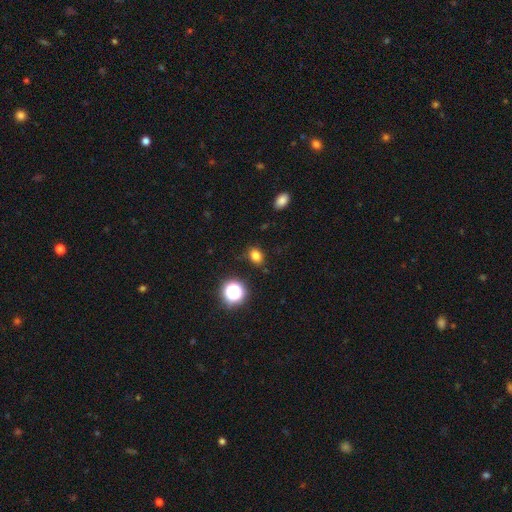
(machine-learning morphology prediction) A smooth galaxy with no disk features (78%) that is in between round and cigar-shaped (62%).

Vote fractions:
- Smooth or featured? smooth: 78% / star or artifact: 16% / featured or disk: 6%
- How rounded? in between: 62% / round: 36% / cigar-shaped: 1%
- Merging? none: 82% / minor disturbance: 13% / major disturbance: 3% / merger: 2%